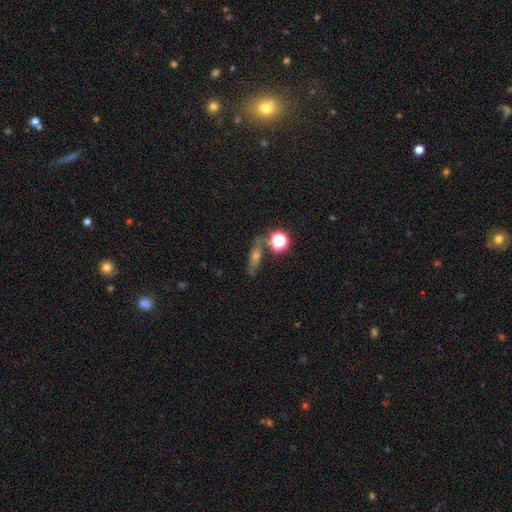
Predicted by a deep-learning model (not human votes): A featured or disk galaxy (38%). Merging: none (74%).